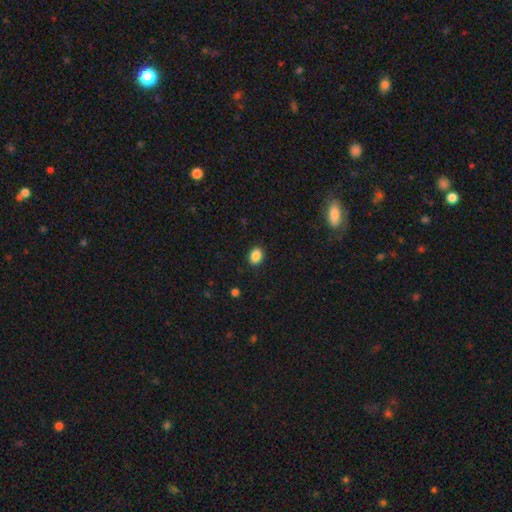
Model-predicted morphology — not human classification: Smooth or featured? smooth (88%)
How rounded? in between (65%)
Merging? none (88%)